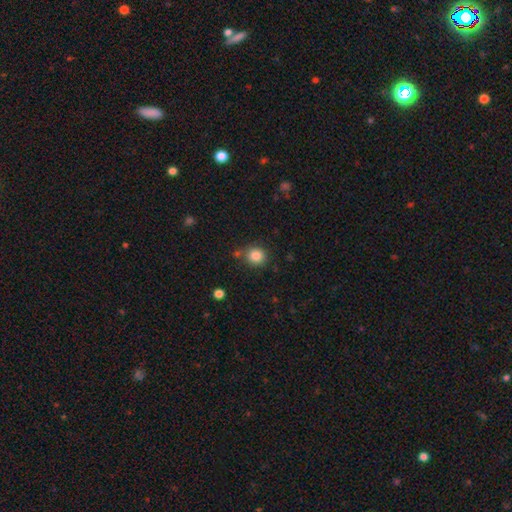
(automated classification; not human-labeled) A smooth galaxy with no disk features (84%) that is round (86%).

Vote fractions:
- Smooth or featured? smooth: 84% / star or artifact: 11% / featured or disk: 5%
- How rounded? round: 86% / in between: 13% / cigar-shaped: 1%
- Merging? none: 78% / minor disturbance: 11% / merger: 7% / major disturbance: 3%